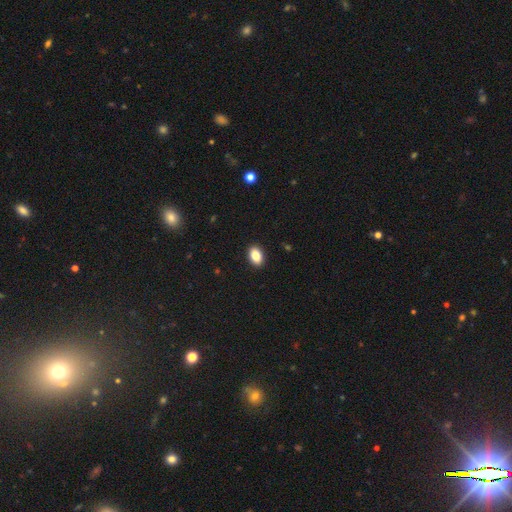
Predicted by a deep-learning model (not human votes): This is clearly a smooth galaxy (87%). How rounded: clearly in between (87%). Merging: clearly none (91%).